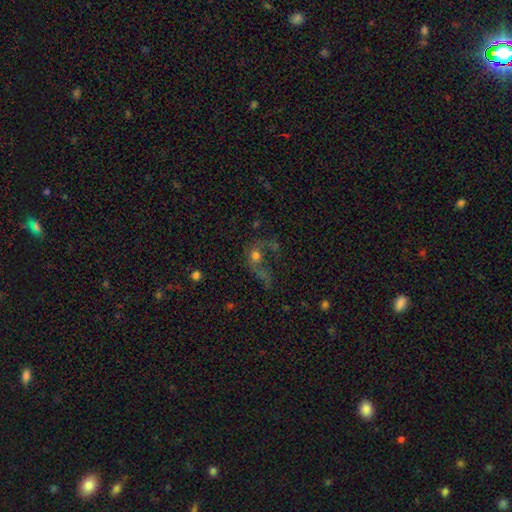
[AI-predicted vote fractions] Smooth or featured? Predicted: smooth (p=0.43). Merging? Predicted: major disturbance (p=0.39).